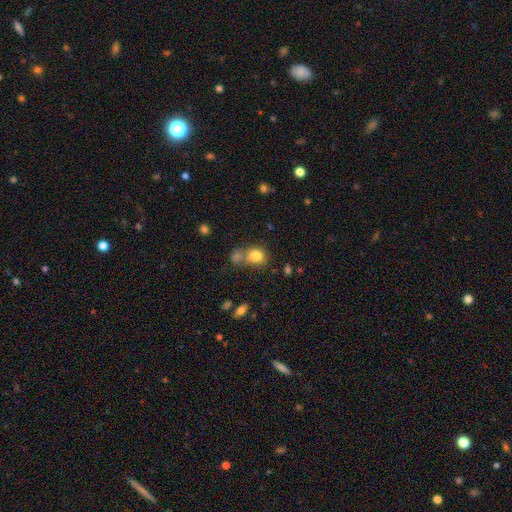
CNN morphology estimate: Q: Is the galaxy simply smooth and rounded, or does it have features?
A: smooth — 81%.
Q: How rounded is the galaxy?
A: round — 52%.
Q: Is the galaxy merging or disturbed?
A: none — 47%.